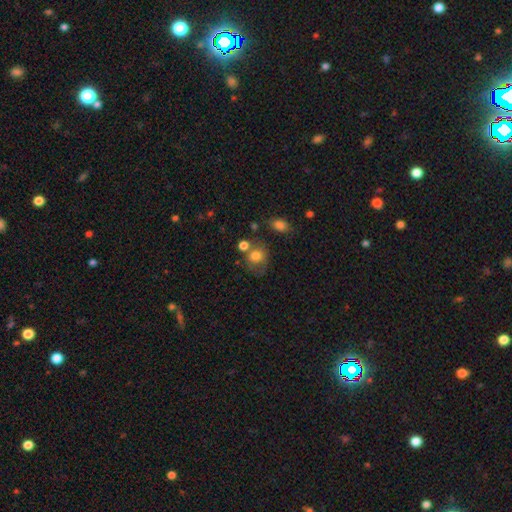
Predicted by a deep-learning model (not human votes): A smooth galaxy with no disk features (75%) that is round (64%).

Vote fractions:
- Smooth or featured? smooth: 75% / featured or disk: 15% / star or artifact: 10%
- How rounded? round: 64% / in between: 35% / cigar-shaped: 1%
- Merging? none: 49% / minor disturbance: 21% / merger: 18% / major disturbance: 12%